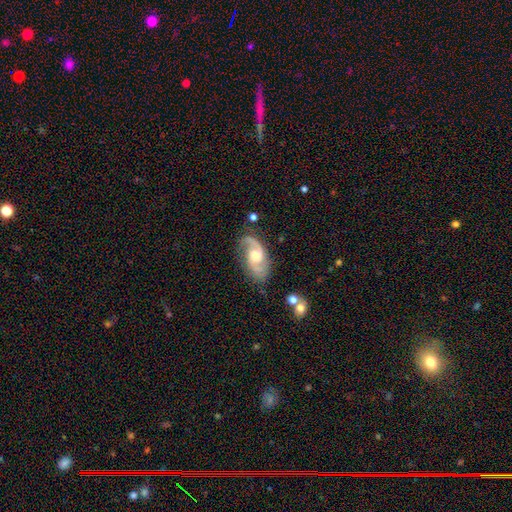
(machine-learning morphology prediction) Overall: featured or disk (87%). Edge-on disk: no (96%). Bar: no (53%; weak 40%). Spiral arms: yes (97%). Spiral arm count: 2 (88%). Spiral winding: medium (54%; loose 24%). Bulge size: moderate (58%; small 21%). Merging: none (74%).